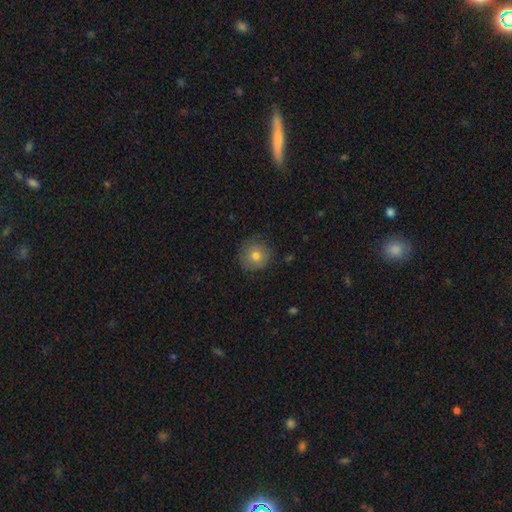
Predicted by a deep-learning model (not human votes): Q: Smooth or featured?
A: smooth (71%); runner-up: featured or disk (20%)
Q: How rounded?
A: round (94%); runner-up: in between (5%)
Q: Merging?
A: none (79%); runner-up: minor disturbance (16%)